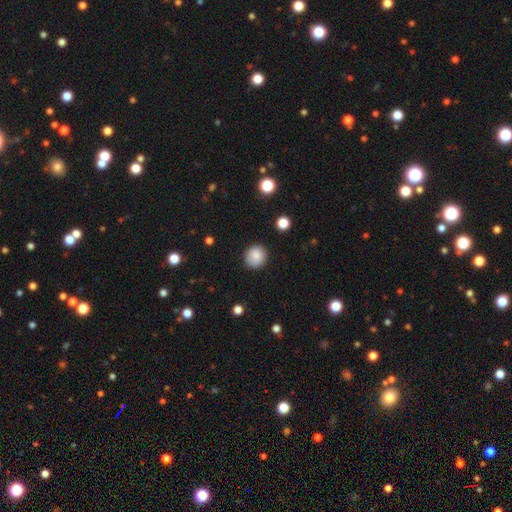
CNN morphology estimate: Smooth or featured: smooth — 86% (star or artifact — 9%)
How rounded: round — 82% (in between — 17%)
Merging: none — 86% (minor disturbance — 11%)